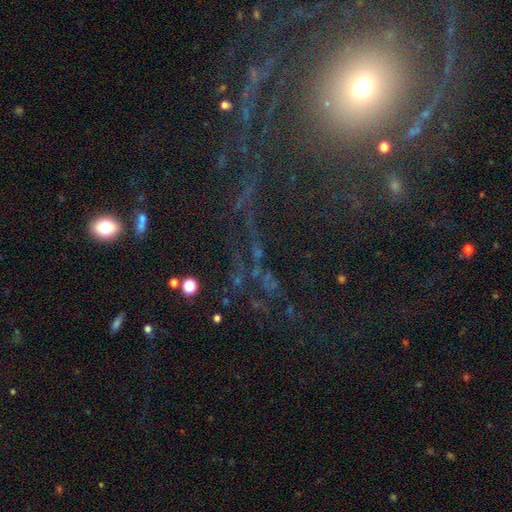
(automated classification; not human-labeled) smooth-or-featured: star or artifact: 46% | featured or disk: 33% | smooth: 21%